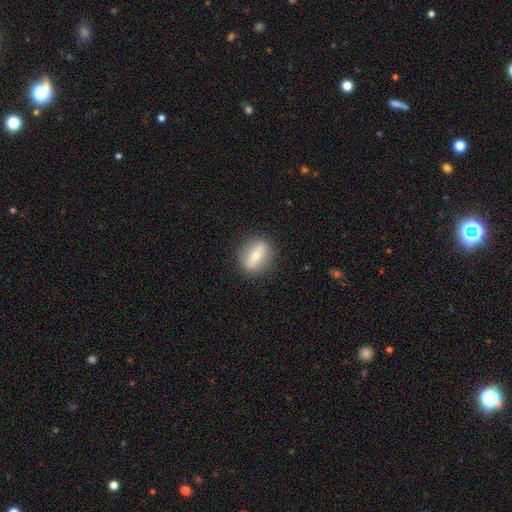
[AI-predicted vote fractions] This appears to be a smooth galaxy with no disk features (56%) that is in between round and cigar-shaped (54%). Merging: none (86%).